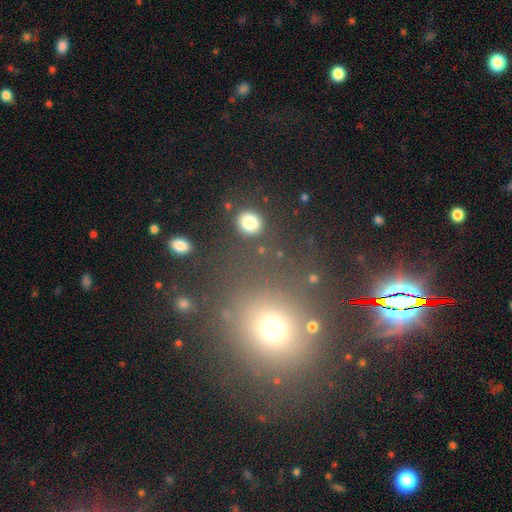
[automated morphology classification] Smooth or featured: smooth — 47% (star or artifact — 43%)
Merging: none — 80% (minor disturbance — 9%)